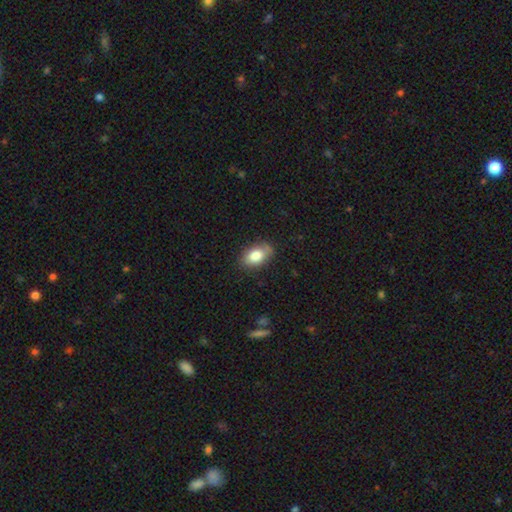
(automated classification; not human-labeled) smooth 81%, featured or disk 11%, star or artifact 8%. Down the decision tree: how rounded — in between (89%); merging — none (76%).